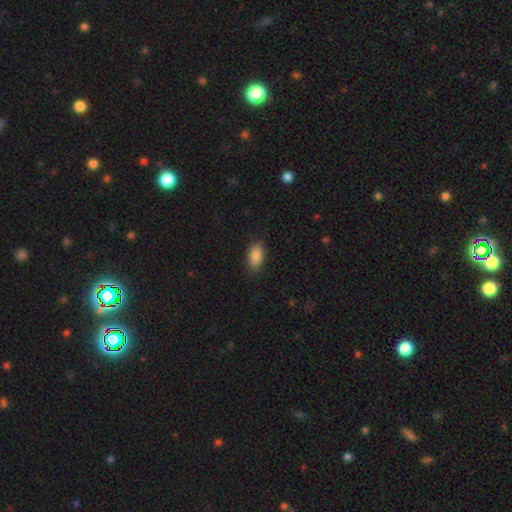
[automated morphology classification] type=smooth (88%); roundness=in between (92%); merging=none (83%).